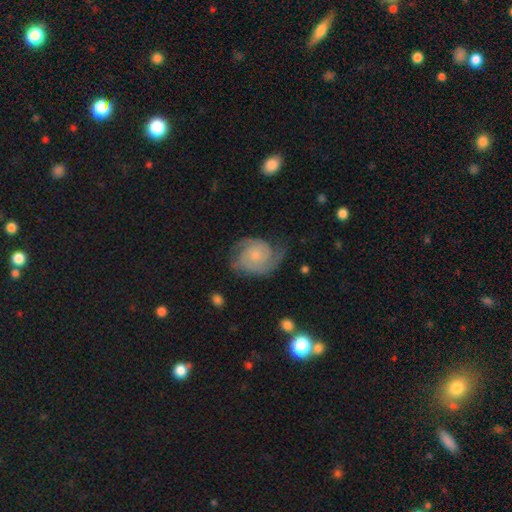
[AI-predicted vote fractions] A featured or disk galaxy (83%) with no bar (73%), 2 (72%) tight (51%) spiral arms (97%) and a small central bulge (61%). Merging: none (70%).